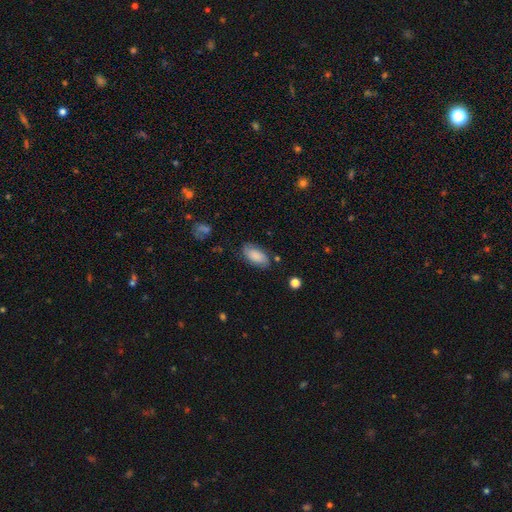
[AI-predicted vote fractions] Q: Smooth or featured?
A: smooth (77%); runner-up: featured or disk (15%)
Q: How rounded?
A: in between (92%); runner-up: cigar-shaped (5%)
Q: Merging?
A: none (75%); runner-up: minor disturbance (18%)